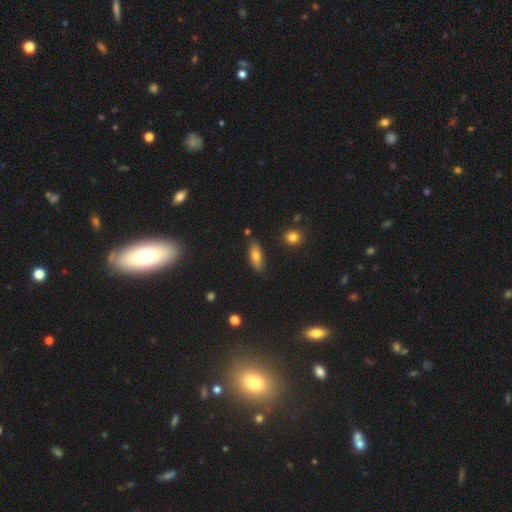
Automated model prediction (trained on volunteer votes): A smooth galaxy with no disk features (77%) that is in between round and cigar-shaped (74%).

Vote fractions:
- Smooth or featured? smooth: 77% / featured or disk: 14% / star or artifact: 9%
- How rounded? in between: 74% / cigar-shaped: 23% / round: 3%
- Merging? none: 81% / minor disturbance: 13% / merger: 3% / major disturbance: 3%